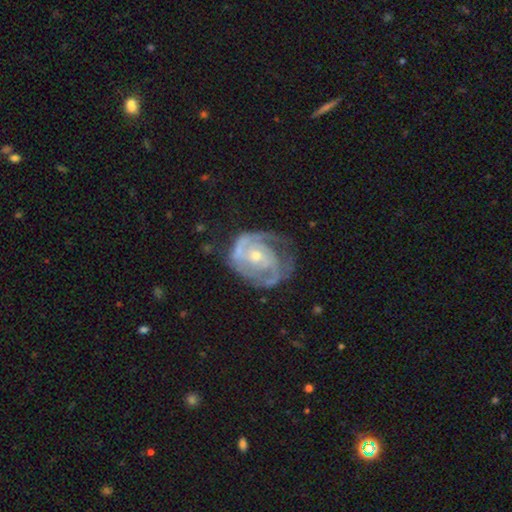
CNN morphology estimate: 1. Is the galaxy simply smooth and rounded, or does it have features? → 86% featured or disk, 9% smooth, 5% star or artifact.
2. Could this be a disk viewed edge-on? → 98% no, 2% yes.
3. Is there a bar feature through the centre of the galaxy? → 68% no, 25% weak, 6% strong.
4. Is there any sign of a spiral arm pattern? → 92% yes, 8% no.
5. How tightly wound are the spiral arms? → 56% tight, 34% medium, 9% loose.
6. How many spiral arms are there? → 48% 2, 22% can't tell, 15% 3, 9% 1, 4% 4, 3% more than 4.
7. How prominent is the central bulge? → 55% small, 41% moderate, 2% large, 1% none, 1% dominant.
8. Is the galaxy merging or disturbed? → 52% none, 26% minor disturbance, 20% major disturbance, 2% merger.